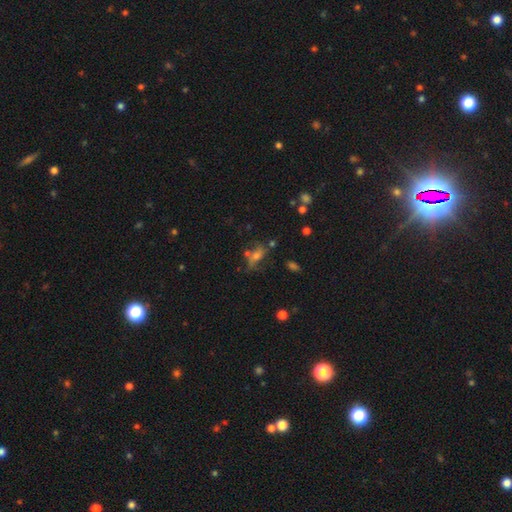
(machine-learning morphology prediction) This appears to be a smooth galaxy with no disk features (41%). Merging: none (48%).